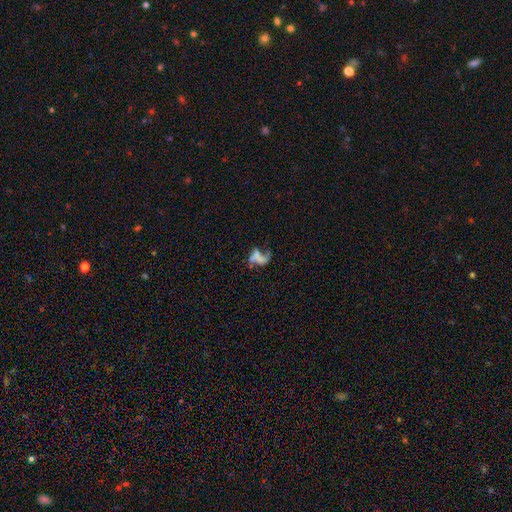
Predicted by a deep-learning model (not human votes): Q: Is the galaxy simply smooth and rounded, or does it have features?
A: featured or disk — 57%.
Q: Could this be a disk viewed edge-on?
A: no — 95%.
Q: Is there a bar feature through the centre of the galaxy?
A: no — 64%.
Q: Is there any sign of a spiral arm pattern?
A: yes — 65%.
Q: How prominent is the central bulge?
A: none — 57%.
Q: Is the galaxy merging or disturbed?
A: none — 39%.